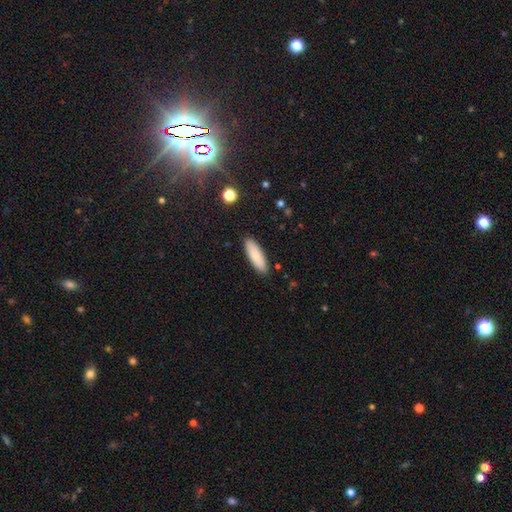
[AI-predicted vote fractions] Morphology: type=smooth (85%); roundness=in between (51%); merging=none (88%).